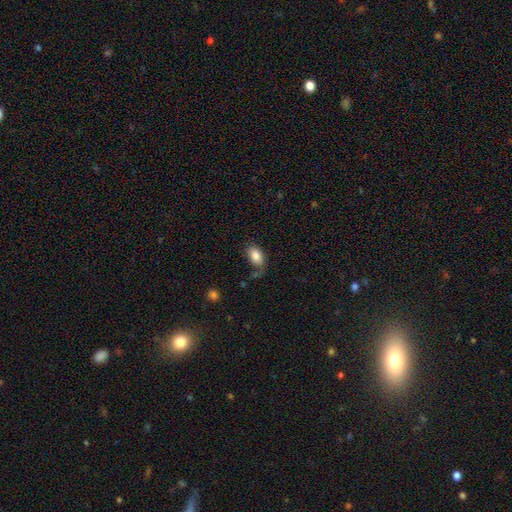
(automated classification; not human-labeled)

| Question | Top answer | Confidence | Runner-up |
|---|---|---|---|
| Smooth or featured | smooth | 84% | featured or disk (9%) |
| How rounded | in between | 92% | round (6%) |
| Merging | none | 67% | minor disturbance (19%) |